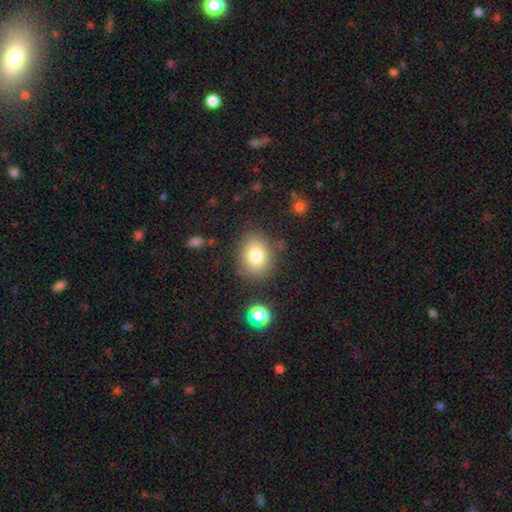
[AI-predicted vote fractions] smooth 78%, star or artifact 11%, featured or disk 11%. Down the decision tree: how rounded — in between (54%); merging — none (80%).